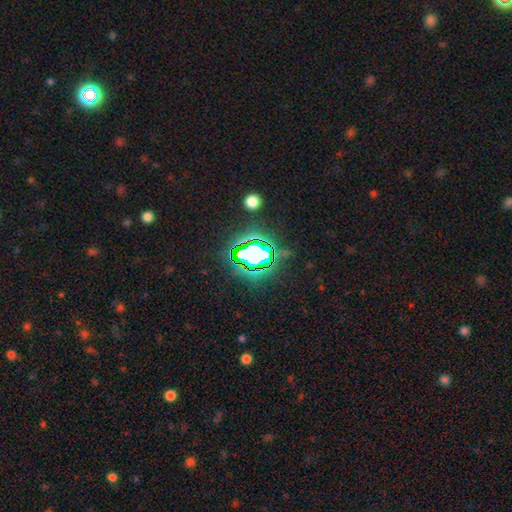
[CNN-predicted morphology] A star or artifact, not a galaxy (73%).